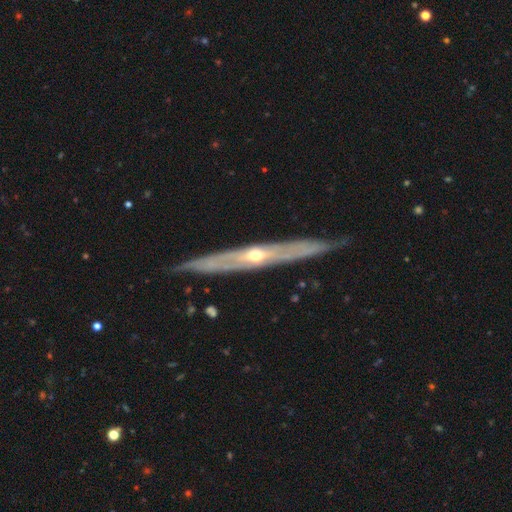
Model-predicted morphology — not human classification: Overall: featured or disk (80%). Edge-on disk: yes (83%). Edge-on bulge: rounded (78%). Merging: none (80%).